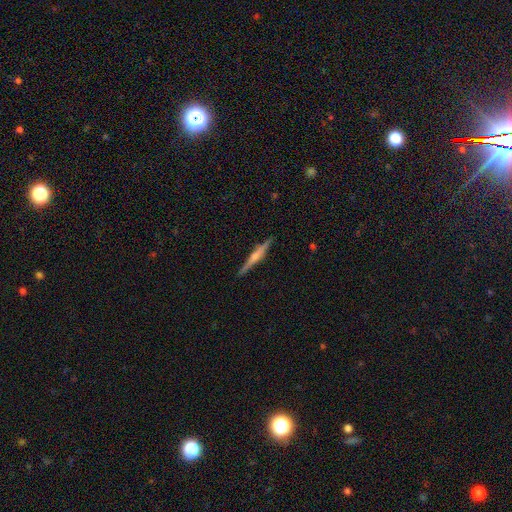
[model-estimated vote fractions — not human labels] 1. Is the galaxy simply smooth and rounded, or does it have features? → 65% featured or disk, 29% smooth, 6% star or artifact.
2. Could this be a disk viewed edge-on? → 98% yes, 2% no.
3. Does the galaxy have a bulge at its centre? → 66% rounded, 19% boxy, 15% none.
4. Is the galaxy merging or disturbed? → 89% none, 8% minor disturbance, 2% major disturbance, 1% merger.